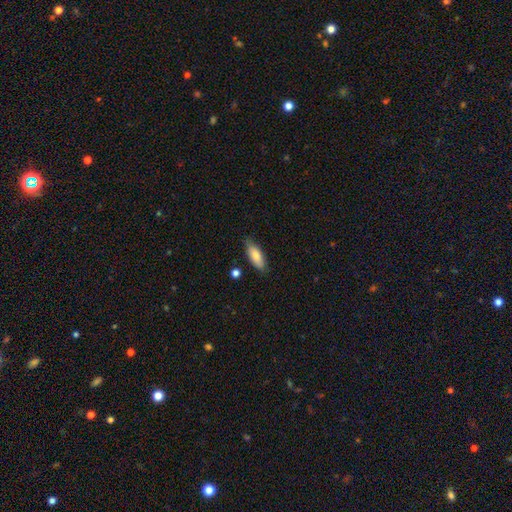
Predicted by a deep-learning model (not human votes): smooth 79%, featured or disk 14%, star or artifact 6%. Down the decision tree: how rounded — in between (70%); merging — none (80%).